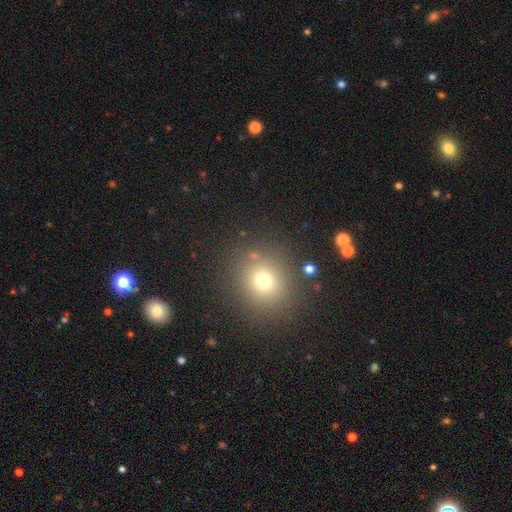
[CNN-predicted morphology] type=smooth (63%); roundness=round (86%); merging=none (87%).